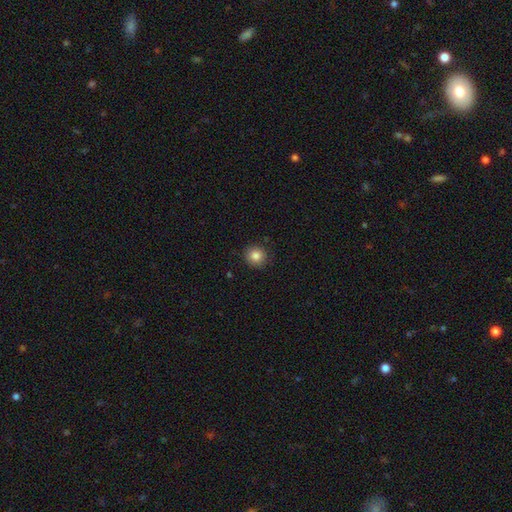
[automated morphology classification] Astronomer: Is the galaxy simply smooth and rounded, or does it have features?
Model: smooth — 84%.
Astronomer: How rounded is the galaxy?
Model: round — 92%.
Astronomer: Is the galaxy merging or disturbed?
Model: none — 90%.